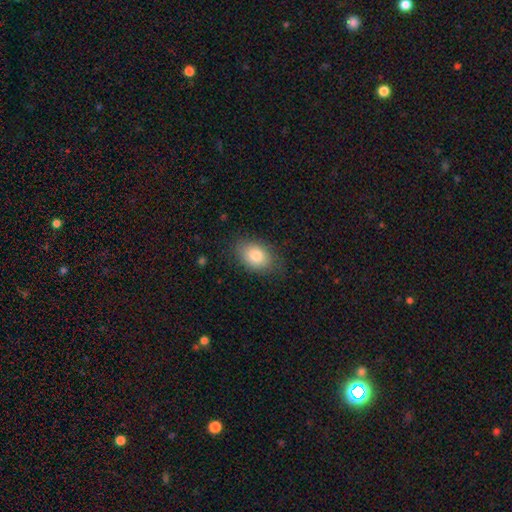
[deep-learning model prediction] smooth-or-featured: smooth: 82% | featured or disk: 11% | star or artifact: 7%
  how-rounded: in between: 83% | round: 16% | cigar-shaped: 1%
  merging: none: 78% | minor disturbance: 17% | major disturbance: 5% | merger: 1%